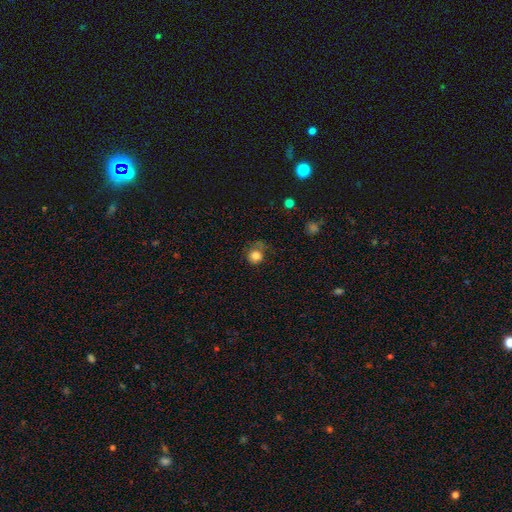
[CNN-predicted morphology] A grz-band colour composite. It shows a smooth galaxy with no disk features (82%) that is round (83%). Merging: none (53%).